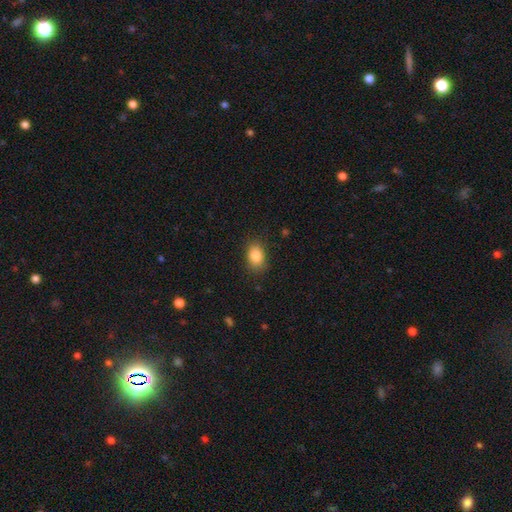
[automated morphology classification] The model was most divided on "how rounded": in between: 81%, round: 18%, cigar-shaped: 1%. More confident: smooth or featured — smooth (87%); merging — none (84%).